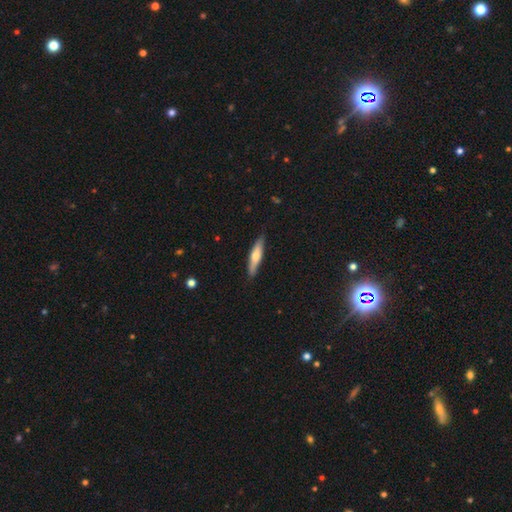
smooth-or-featured: smooth: 61% | featured or disk: 39% | star or artifact: 0%
  how-rounded: cigar-shaped: 87% | in between: 13% | round: 0%
  merging: none: 92% | minor disturbance: 5% | merger: 3% | major disturbance: 0%